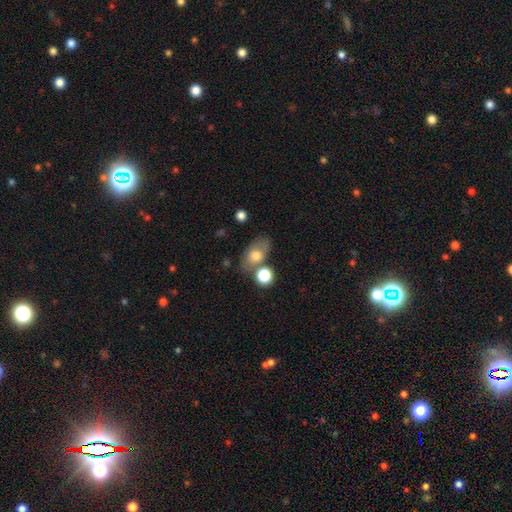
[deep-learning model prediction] Smooth or featured?
  - smooth: 71% *
  - featured or disk: 20%
  - star or artifact: 9%
How rounded?
  - in between: 82% *
  - round: 15%
  - cigar-shaped: 3%
Merging?
  - none: 59% *
  - minor disturbance: 17%
  - merger: 17%
  - major disturbance: 7%